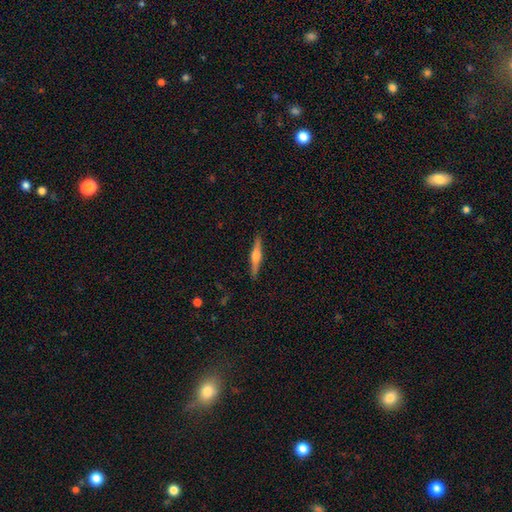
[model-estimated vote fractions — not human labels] Smooth or featured? Predicted: featured or disk (p=0.70). Edge-on disk? Predicted: yes (p=0.98). Edge-on bulge? Predicted: rounded (p=0.87). Merging? Predicted: none (p=0.91).